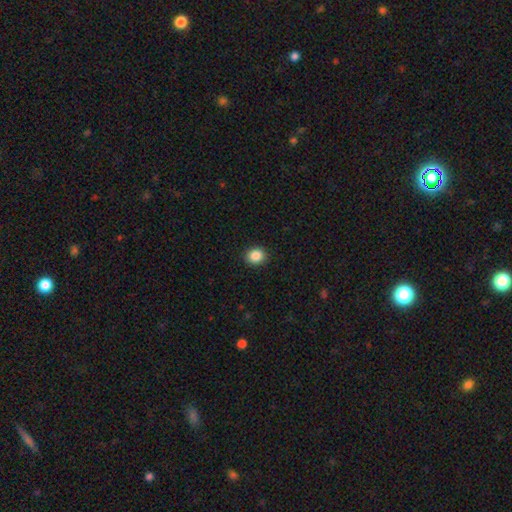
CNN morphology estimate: Q: Smooth or featured?
A: smooth (87%); runner-up: star or artifact (9%)
Q: How rounded?
A: round (74%); runner-up: in between (26%)
Q: Merging?
A: none (92%); runner-up: minor disturbance (6%)